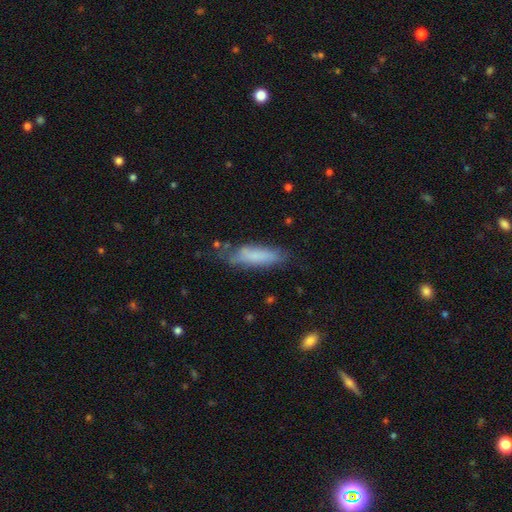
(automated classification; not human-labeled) Q: Smooth or featured?
A: smooth (70%); runner-up: featured or disk (22%)
Q: How rounded?
A: cigar-shaped (62%); runner-up: in between (37%)
Q: Merging?
A: none (58%); runner-up: minor disturbance (28%)